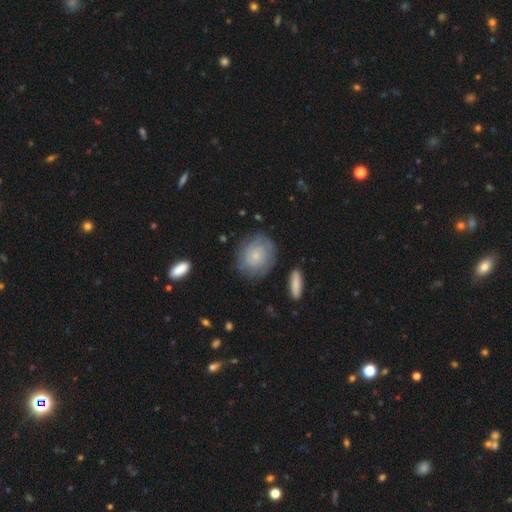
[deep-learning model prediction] Smooth or featured? featured or disk (47%)
Merging? none (76%)